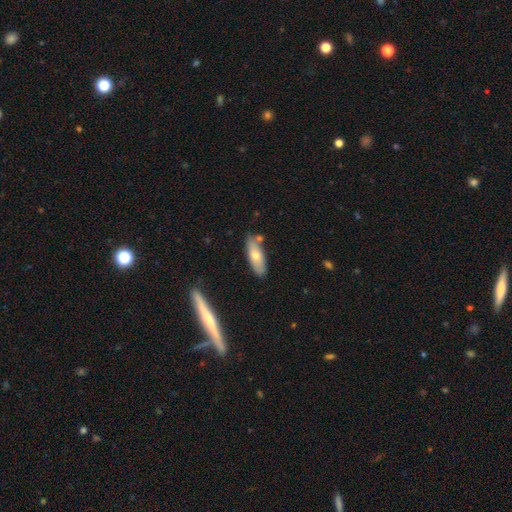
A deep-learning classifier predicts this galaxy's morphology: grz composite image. It shows a smooth galaxy with no disk features (66%) that is in between round and cigar-shaped (61%). Merging: none (74%).